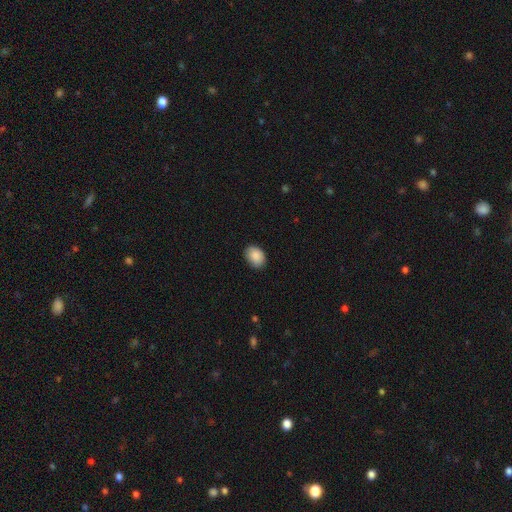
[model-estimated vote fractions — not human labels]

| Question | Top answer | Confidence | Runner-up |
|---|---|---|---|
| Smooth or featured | smooth | 89% | star or artifact (7%) |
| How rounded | in between | 73% | round (26%) |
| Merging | none | 86% | minor disturbance (11%) |